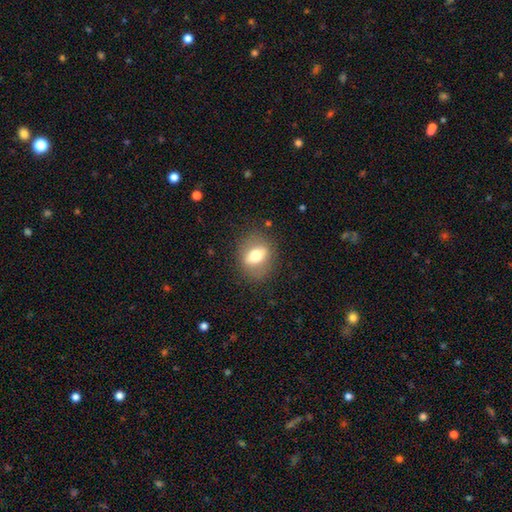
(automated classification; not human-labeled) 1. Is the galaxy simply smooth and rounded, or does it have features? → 58% smooth, 34% featured or disk, 8% star or artifact.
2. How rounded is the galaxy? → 60% in between, 35% round, 4% cigar-shaped.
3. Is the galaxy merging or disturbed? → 82% none, 12% minor disturbance, 5% major disturbance, 1% merger.